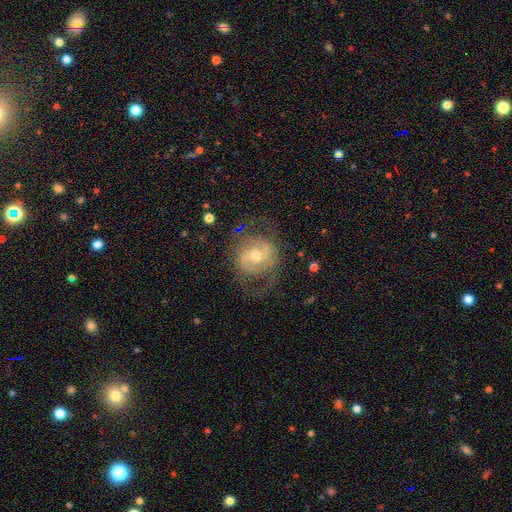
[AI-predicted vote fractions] Q: Smooth or featured?
A: featured or disk (69%); runner-up: smooth (23%)
Q: Edge-on disk?
A: no (96%); runner-up: yes (4%)
Q: Bar?
A: weak (41%); tied with: no (41%)
Q: Spiral arms?
A: yes (75%); runner-up: no (25%)
Q: Spiral winding?
A: medium (45%); runner-up: tight (29%)
Q: Spiral arm count?
A: 2 (73%); runner-up: can't tell (17%)
Q: Bulge size?
A: moderate (55%); runner-up: small (40%)
Q: Merging?
A: none (60%); runner-up: major disturbance (20%)